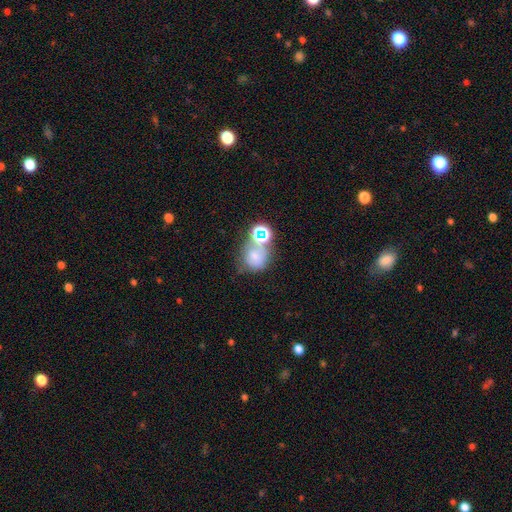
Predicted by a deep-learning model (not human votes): Smooth or featured?
  - smooth: 59% *
  - star or artifact: 24%
  - featured or disk: 18%
How rounded?
  - round: 67% *
  - in between: 32%
  - cigar-shaped: 1%
Merging?
  - none: 39% *
  - merger: 33%
  - minor disturbance: 16%
  - major disturbance: 12%